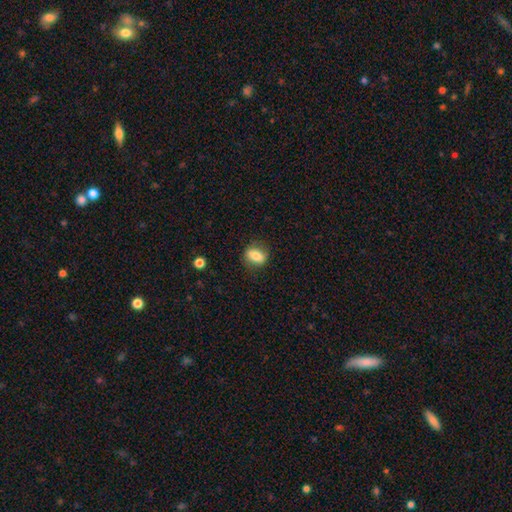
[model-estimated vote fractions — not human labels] The model was most divided on "how rounded": in between: 73%, round: 20%, cigar-shaped: 7%. More confident: merging — none (80%); smooth or featured — smooth (76%).